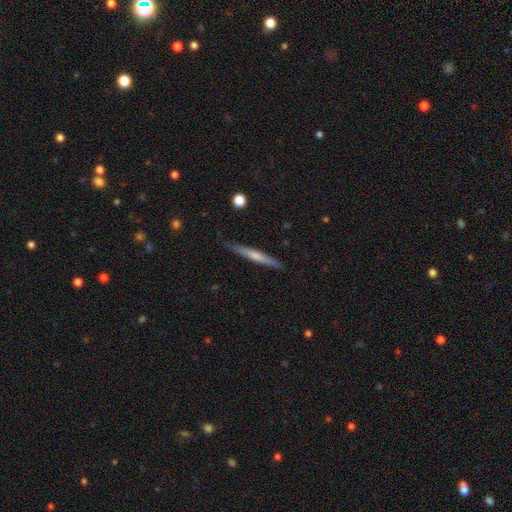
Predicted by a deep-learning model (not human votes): This is possibly a smooth galaxy (49%). Merging: clearly none (83%).